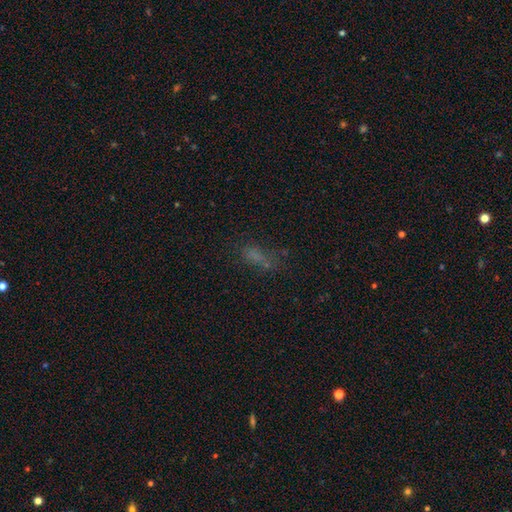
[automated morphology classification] smooth 57%, star or artifact 26%, featured or disk 16%. Down the decision tree: how rounded — in between (64%); merging — none (52%).